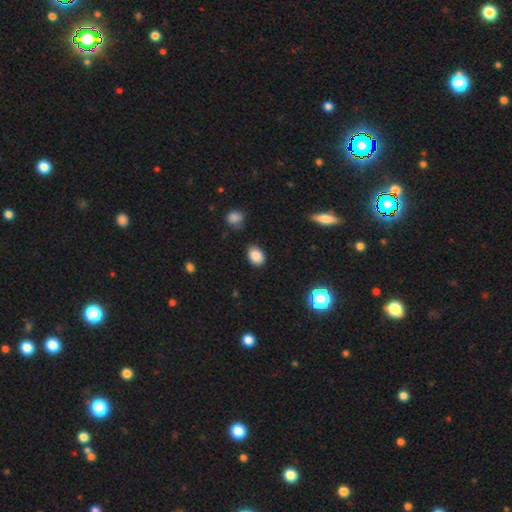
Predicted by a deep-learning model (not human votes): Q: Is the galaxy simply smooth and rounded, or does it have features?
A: smooth — 86%.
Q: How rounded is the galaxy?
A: in between — 73%.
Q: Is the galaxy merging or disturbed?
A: none — 82%.